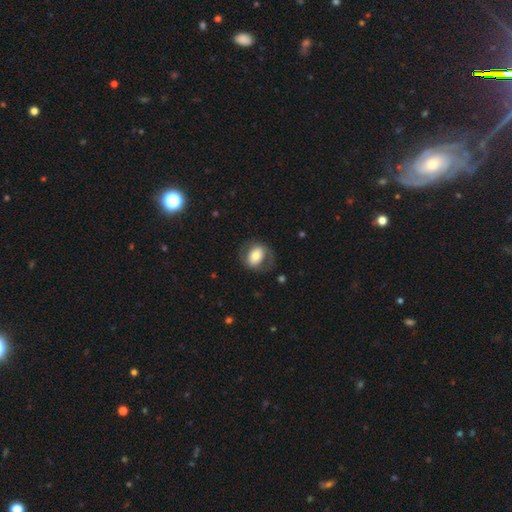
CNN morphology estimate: This appears to be a smooth galaxy with no disk features (58%) that is in between round and cigar-shaped (58%). Merging: none (69%).